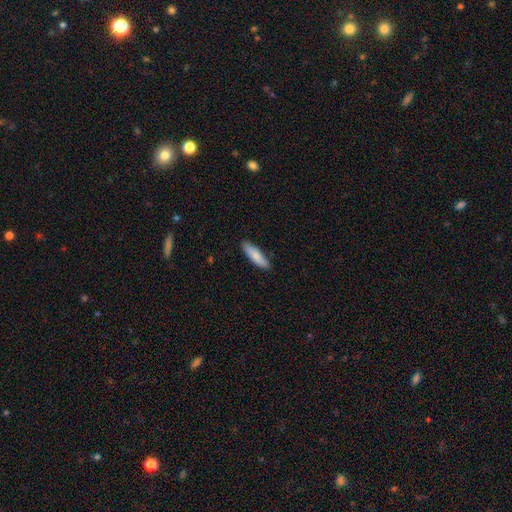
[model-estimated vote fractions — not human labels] A smooth galaxy with no disk features (81%) that is cigar-shaped (68%).

Vote fractions:
- Smooth or featured? smooth: 81% / featured or disk: 13% / star or artifact: 5%
- How rounded? cigar-shaped: 68% / in between: 30% / round: 1%
- Merging? none: 88% / minor disturbance: 10% / major disturbance: 2% / merger: 1%